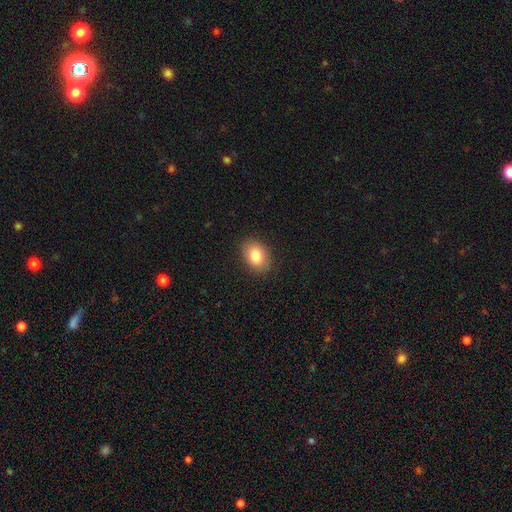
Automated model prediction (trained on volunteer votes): Smooth or featured? Predicted: smooth (p=0.84). How rounded? Predicted: in between (p=0.79). Merging? Predicted: none (p=0.87).